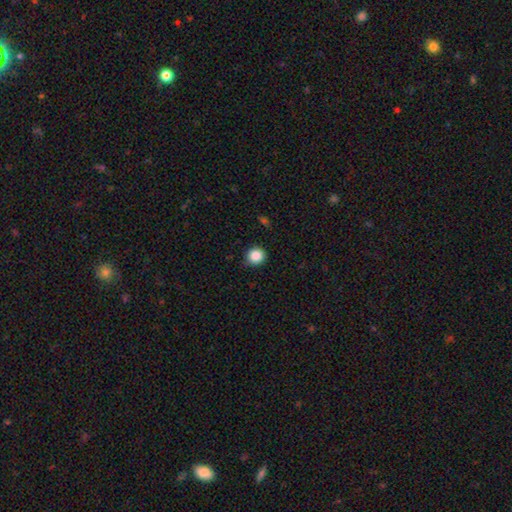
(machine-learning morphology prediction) type=smooth (87%); roundness=round (91%); merging=none (87%).